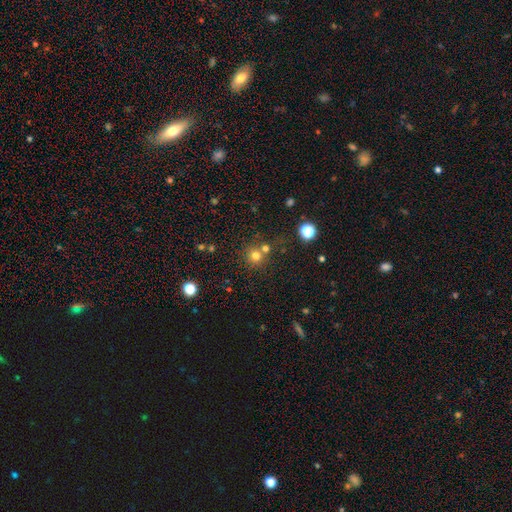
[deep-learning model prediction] This appears to be a smooth galaxy with no disk features (72%) that is round (91%). Merging: none (65%).